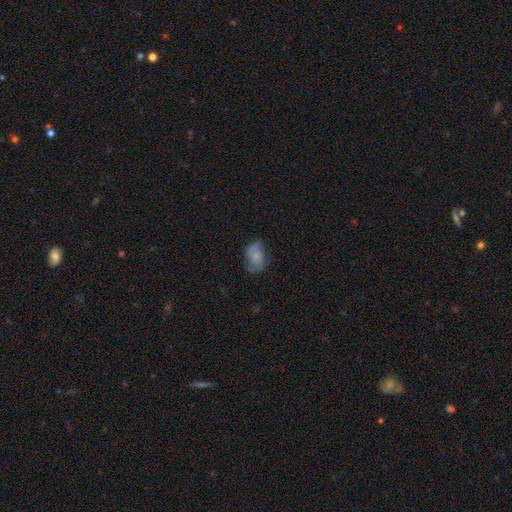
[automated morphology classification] smooth-or-featured: smooth: 59% | featured or disk: 32% | star or artifact: 9%
  how-rounded: in between: 84% | round: 14% | cigar-shaped: 2%
  merging: none: 56% | minor disturbance: 29% | major disturbance: 13% | merger: 2%